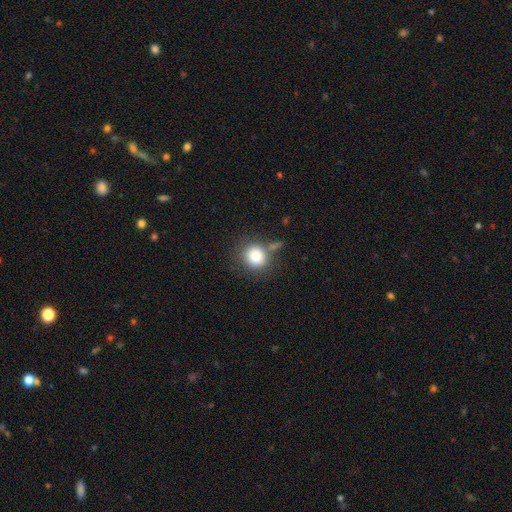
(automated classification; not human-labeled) Q: Smooth or featured?
A: smooth (84%); runner-up: star or artifact (10%)
Q: How rounded?
A: round (85%); runner-up: in between (14%)
Q: Merging?
A: none (70%); runner-up: minor disturbance (14%)